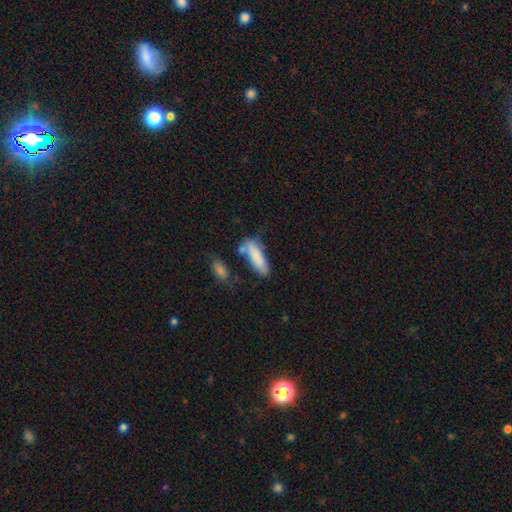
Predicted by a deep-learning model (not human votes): smooth 82%, featured or disk 11%, star or artifact 7%. Down the decision tree: how rounded — in between (52%); merging — none (55%).